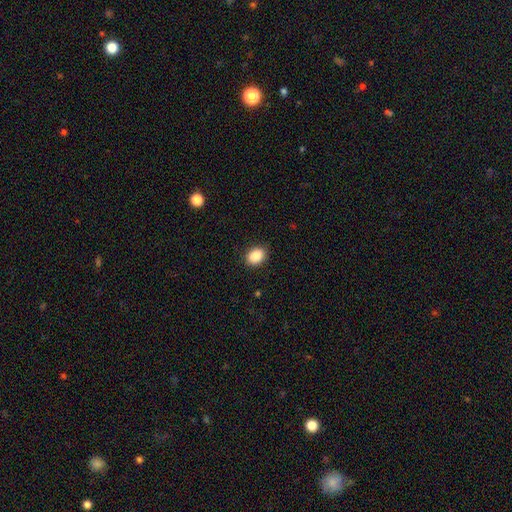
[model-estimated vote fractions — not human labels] This is clearly a smooth galaxy (88%). How rounded: likely in between (66%). Merging: clearly none (90%).